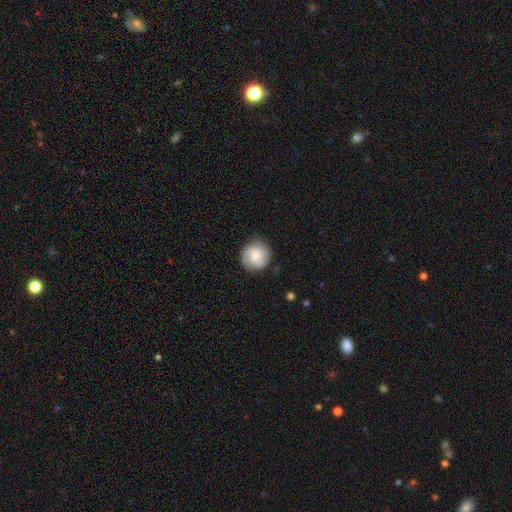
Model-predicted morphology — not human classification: Smooth or featured: smooth — 52% (featured or disk — 41%)
How rounded: round — 91% (in between — 8%)
Merging: none — 81% (minor disturbance — 14%)